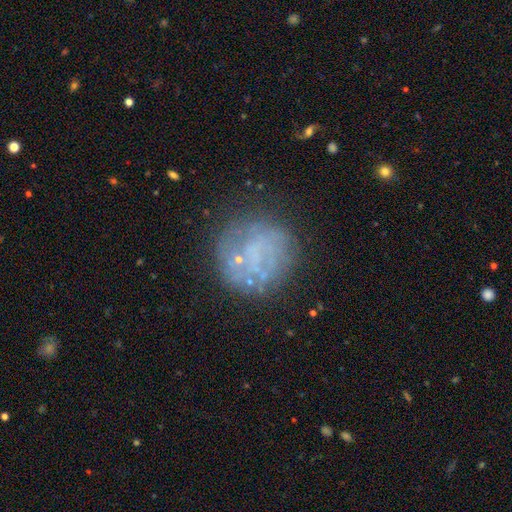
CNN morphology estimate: A featured or disk galaxy (46%). Merging: none (71%).